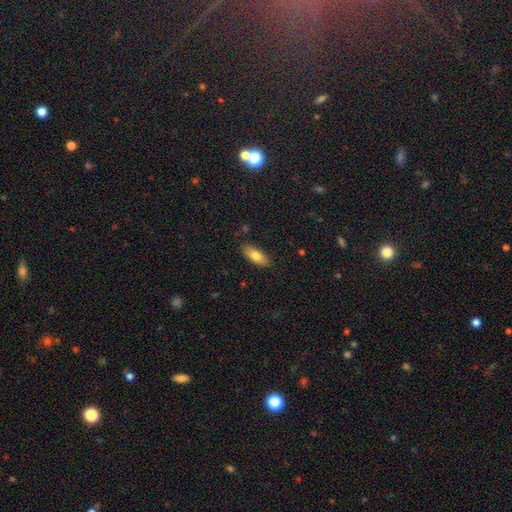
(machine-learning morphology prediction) smooth 76%, featured or disk 18%, star or artifact 6%. Down the decision tree: how rounded — in between (80%); merging — none (86%).